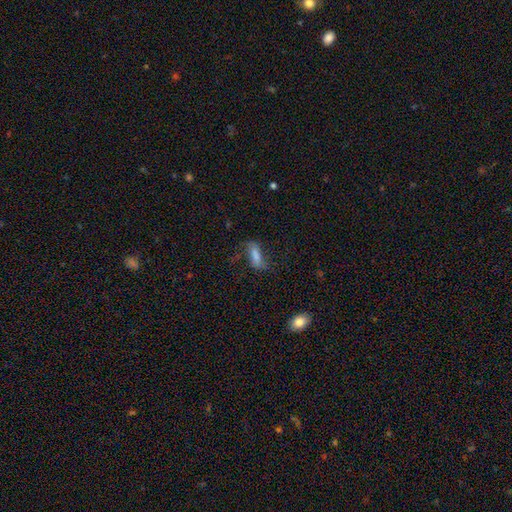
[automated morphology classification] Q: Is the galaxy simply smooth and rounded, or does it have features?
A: smooth — 54%.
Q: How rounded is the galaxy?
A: in between — 62%.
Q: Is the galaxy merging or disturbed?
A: none — 54%.